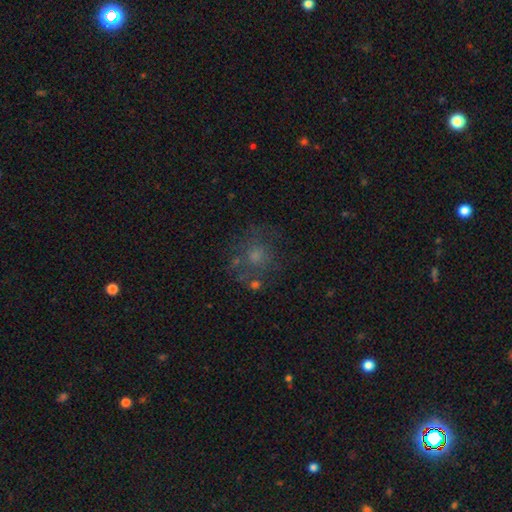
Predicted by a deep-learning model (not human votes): Q: Smooth or featured?
A: smooth (40%); runner-up: featured or disk (32%)
Q: Merging?
A: none (69%); runner-up: minor disturbance (15%)